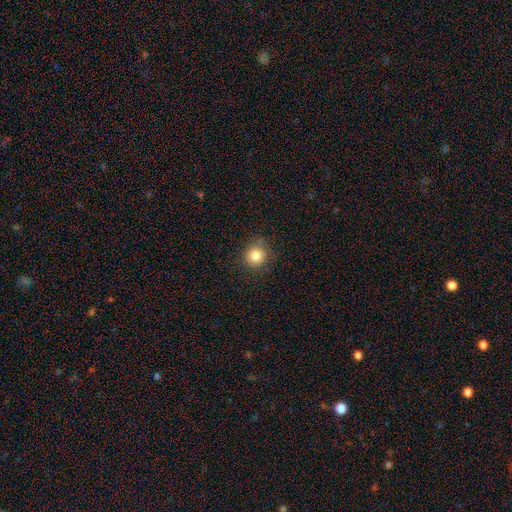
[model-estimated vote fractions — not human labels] smooth-or-featured: smooth: 82% | star or artifact: 11% | featured or disk: 6%
  how-rounded: round: 90% | in between: 9% | cigar-shaped: 1%
  merging: none: 83% | minor disturbance: 12% | major disturbance: 3% | merger: 1%